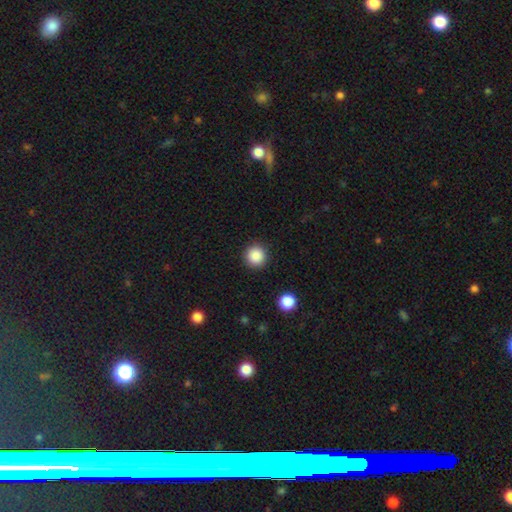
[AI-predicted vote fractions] Smooth or featured: smooth — 87% (star or artifact — 10%)
How rounded: round — 95% (in between — 4%)
Merging: none — 91% (minor disturbance — 6%)